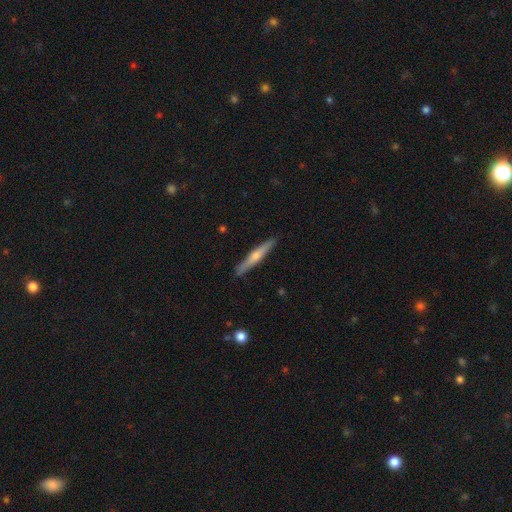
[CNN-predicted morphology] type=featured or disk (50%); edge-on=yes (96%); merging=none (89%).